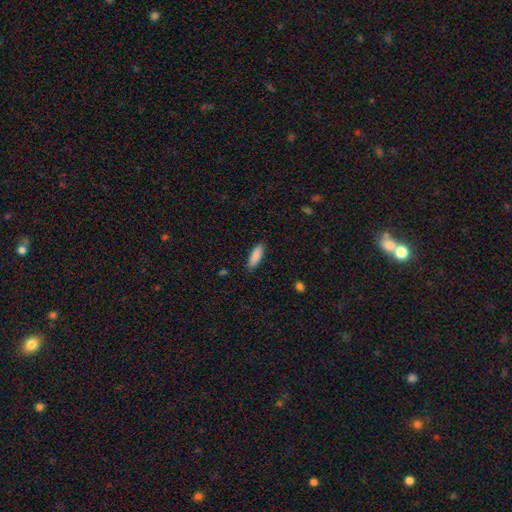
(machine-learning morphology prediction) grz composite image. It shows a smooth galaxy with no disk features (87%) that is cigar-shaped (52%). Merging: none (88%).